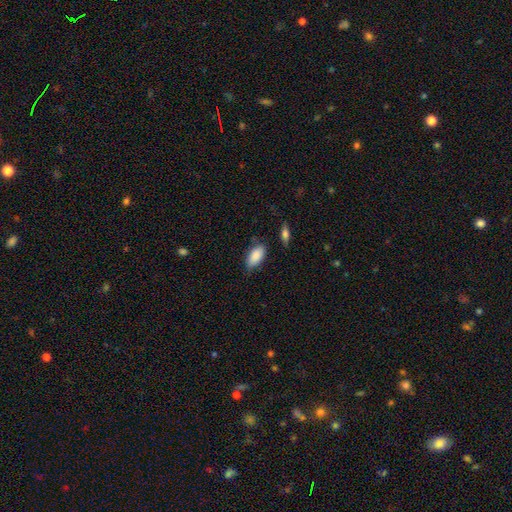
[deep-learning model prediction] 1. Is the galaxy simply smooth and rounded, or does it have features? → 87% smooth, 7% featured or disk, 7% star or artifact.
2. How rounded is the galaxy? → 92% in between, 6% cigar-shaped, 3% round.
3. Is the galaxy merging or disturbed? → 69% none, 23% minor disturbance, 4% major disturbance, 3% merger.